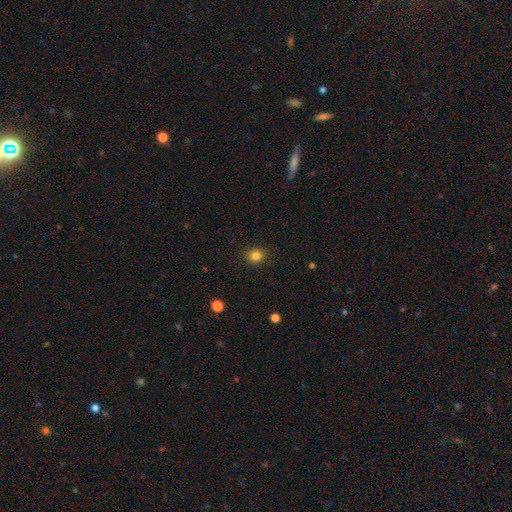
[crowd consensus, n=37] This appears to be a smooth galaxy with no disk features (95%) that is round (60%). Merging: none (97%).